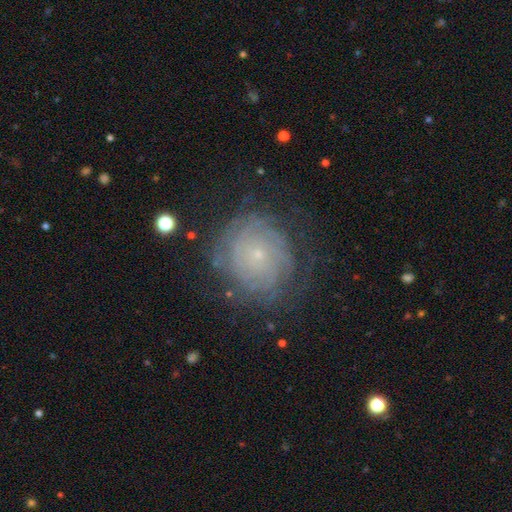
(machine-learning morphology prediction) The model was most divided on "spiral arm count": can't tell: 51%, 4: 12%, 2: 12%, 3: 10%, more than 4: 10%, 1: 6%. More confident: edge-on disk — no (97%); spiral arms — yes (88%); bulge size — small (87%); bar — no (85%); spiral winding — tight (78%); merging — none (73%); smooth or featured — featured or disk (67%).